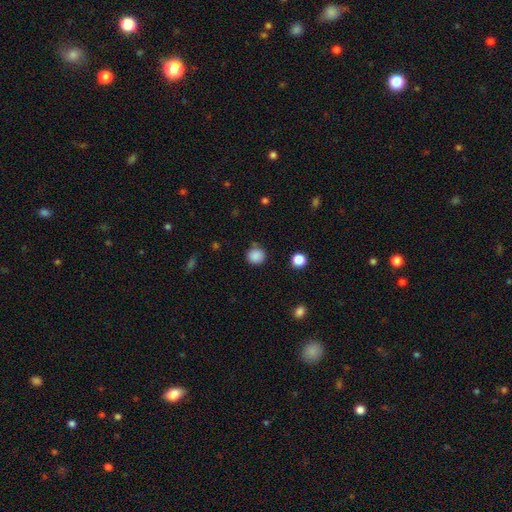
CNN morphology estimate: A smooth galaxy with no disk features (87%) that is round (90%).

Vote fractions:
- Smooth or featured? smooth: 87% / star or artifact: 10% / featured or disk: 3%
- How rounded? round: 90% / in between: 9% / cigar-shaped: 1%
- Merging? none: 83% / minor disturbance: 11% / merger: 3% / major disturbance: 3%